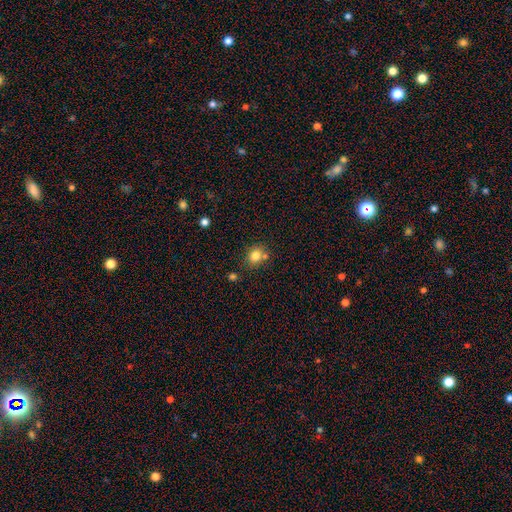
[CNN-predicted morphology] Overall: smooth (81%). How rounded: round (73%). Merging: none (67%).